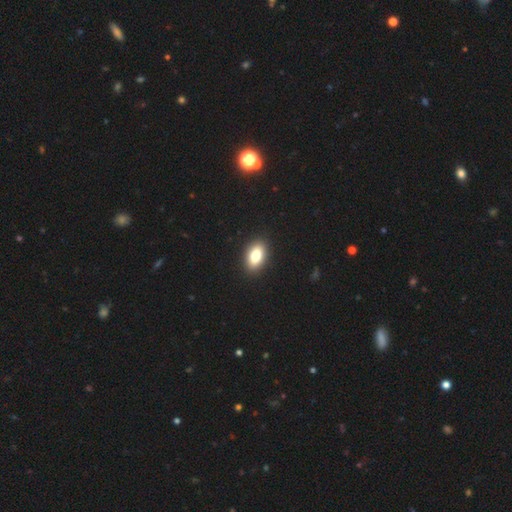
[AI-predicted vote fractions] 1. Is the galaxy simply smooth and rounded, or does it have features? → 82% smooth, 10% featured or disk, 8% star or artifact.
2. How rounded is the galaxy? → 90% in between, 8% round, 2% cigar-shaped.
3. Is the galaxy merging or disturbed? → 91% none, 6% minor disturbance, 2% major disturbance, 1% merger.